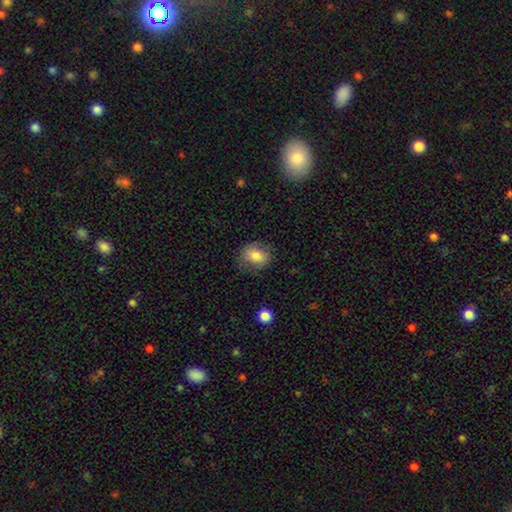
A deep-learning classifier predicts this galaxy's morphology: Q: Smooth or featured?
A: smooth (79%); runner-up: featured or disk (12%)
Q: How rounded?
A: in between (53%); runner-up: round (46%)
Q: Merging?
A: none (72%); runner-up: minor disturbance (20%)